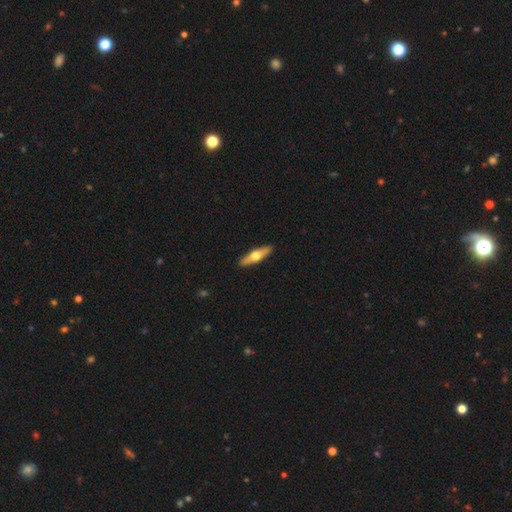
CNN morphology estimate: Smooth or featured? featured or disk (53%)
Edge-on disk? yes (90%)
Merging? none (91%)